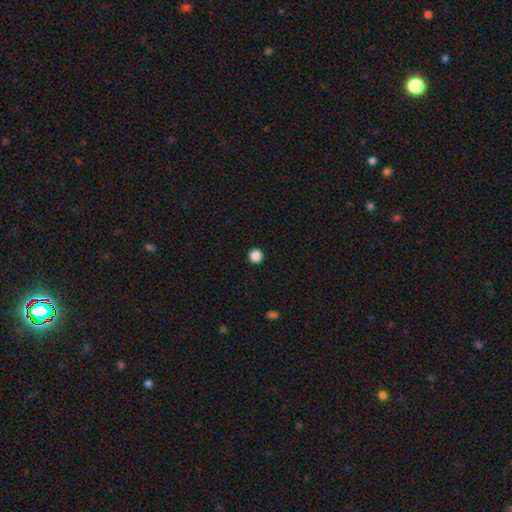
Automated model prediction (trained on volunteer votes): A smooth galaxy with no disk features (88%) that is round (96%). Merging: none (94%).